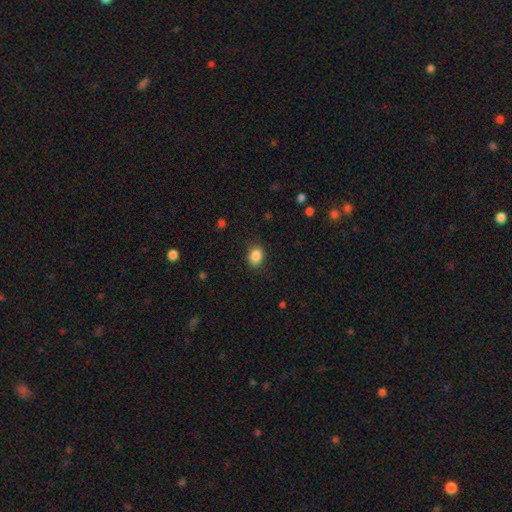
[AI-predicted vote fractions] Morphology: type=smooth (87%); roundness=in between (60%); merging=none (83%).